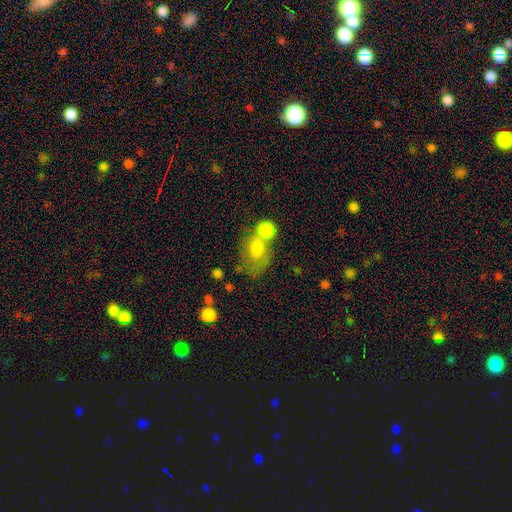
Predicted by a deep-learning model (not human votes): A smooth galaxy with no disk features (49%). Merging: none (48%).